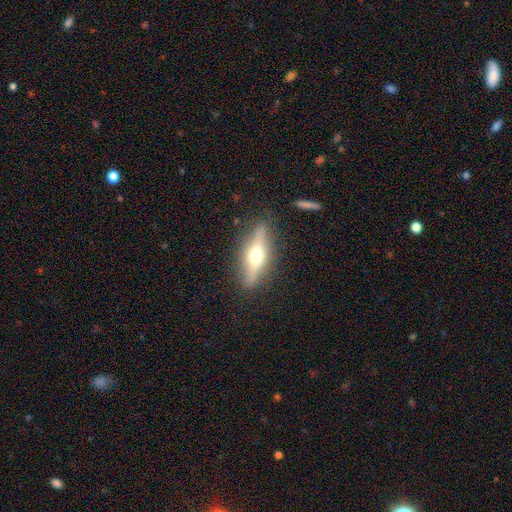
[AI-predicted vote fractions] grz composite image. It shows a featured or disk galaxy (62%) viewed edge-on (89%) with a rounded central bulge (95%). Merging: none (85%).